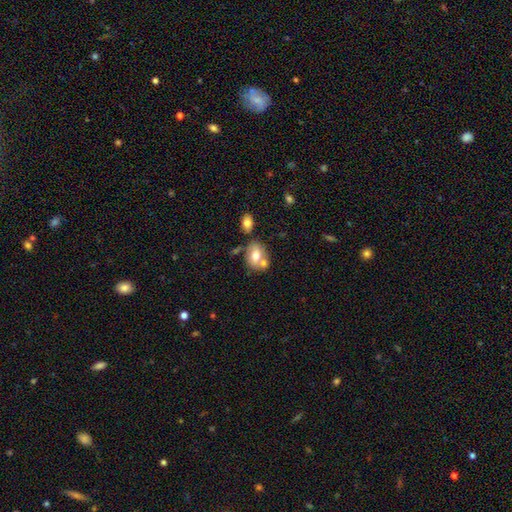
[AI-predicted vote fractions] Overall: smooth (69%). How rounded: in between (65%; round 34%). Merging: none (47%; merger 35%).